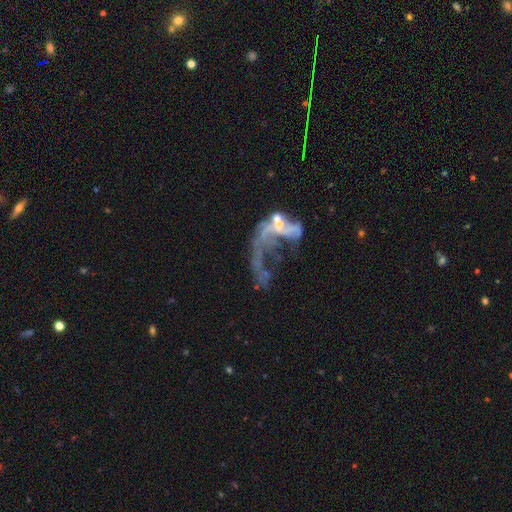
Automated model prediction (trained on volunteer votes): Overall: featured or disk (64%). Edge-on disk: no (93%). Bar: no (75%). Spiral arms: no (56%; yes 44%). Bulge size: small (39%; none 27%). Merging: major disturbance (45%; merger 31%).